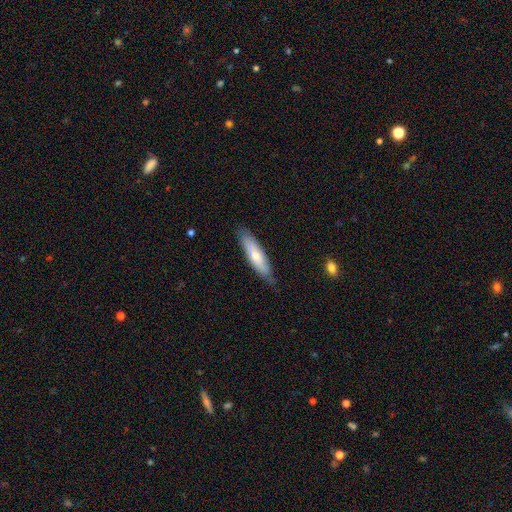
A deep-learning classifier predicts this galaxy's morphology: smooth_or_featured: smooth (p=0.62) [alt: featured or disk p=0.32]
how_rounded: cigar-shaped (p=0.66) [alt: in between p=0.32]
merging: none (p=0.78) [alt: minor disturbance p=0.17]